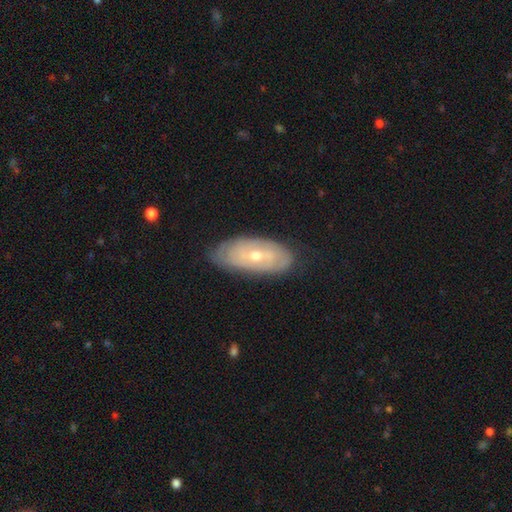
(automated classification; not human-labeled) This is likely a featured or disk galaxy (68%). It is clearly not viewed edge-on (88%). Bar: likely no (63%). Spiral arm pattern: likely yes (74%). Central bulge: possibly moderate (56%). Merging: likely none (78%).